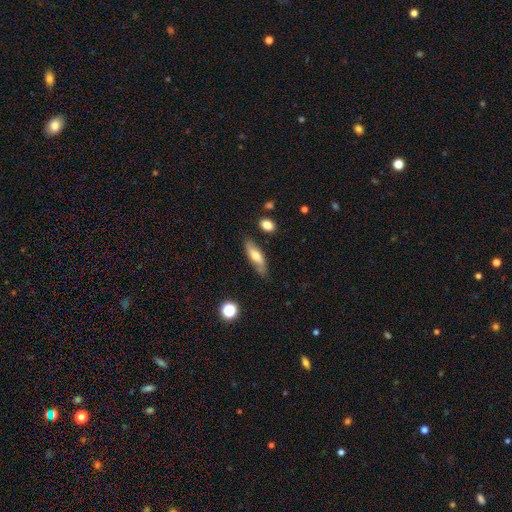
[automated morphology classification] Overall: smooth (60%; featured or disk 32%). How rounded: in between (49%; cigar-shaped 48%). Merging: none (73%).